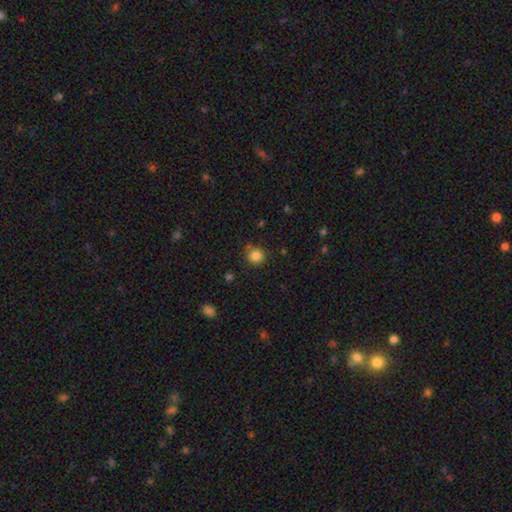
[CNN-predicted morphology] Smooth or featured? smooth (83%)
How rounded? round (93%)
Merging? none (83%)